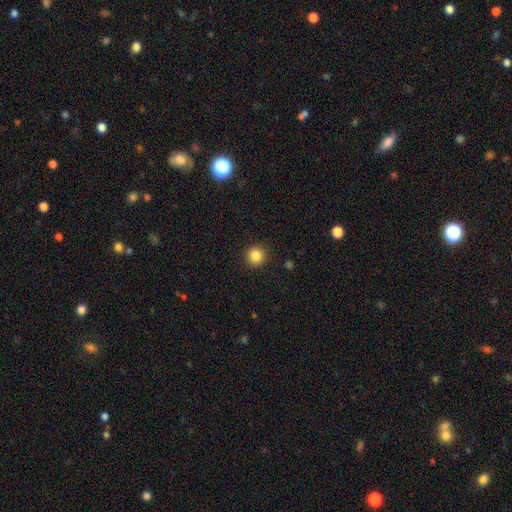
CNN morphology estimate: A smooth galaxy with no disk features (85%) that is round (93%).

Vote fractions:
- Smooth or featured? smooth: 85% / star or artifact: 11% / featured or disk: 4%
- How rounded? round: 93% / in between: 6% / cigar-shaped: 1%
- Merging? none: 92% / minor disturbance: 5% / major disturbance: 2% / merger: 1%